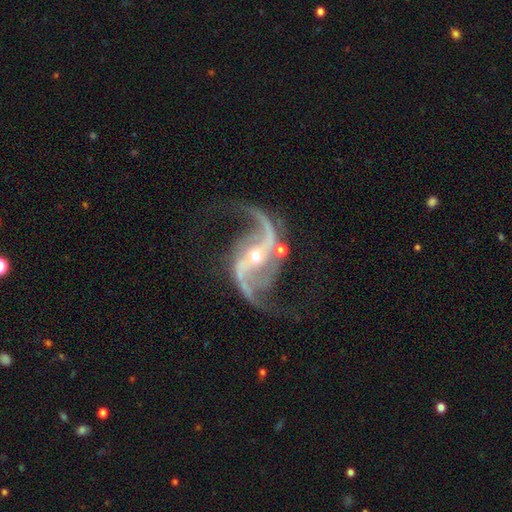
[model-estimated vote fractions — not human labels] Overall: featured or disk (93%). Edge-on disk: no (98%). Bar: strong (48%; weak 26%). Spiral arms: yes (98%). Spiral arm count: 2 (94%). Spiral winding: loose (72%). Bulge size: small (67%; moderate 30%). Merging: none (73%).